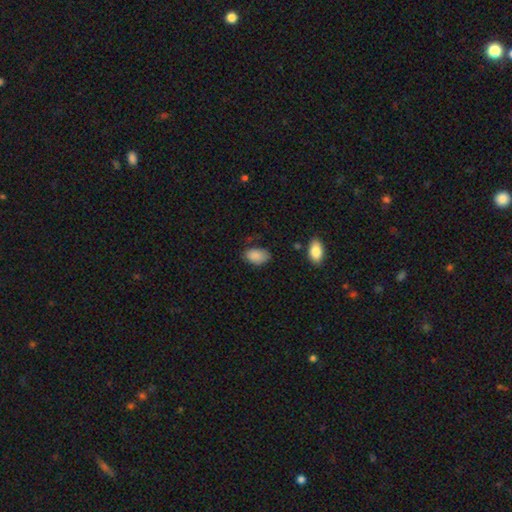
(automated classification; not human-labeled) This is clearly a smooth galaxy (88%). How rounded: clearly in between (92%). Merging: likely none (72%).